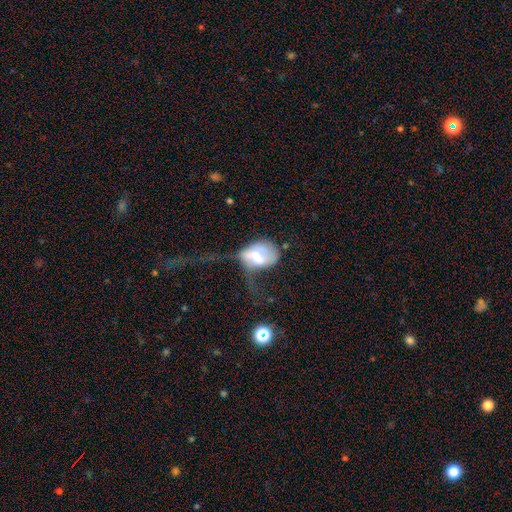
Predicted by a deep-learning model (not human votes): Smooth or featured: smooth — 55% (featured or disk — 36%)
How rounded: in between — 69% (round — 30%)
Merging: major disturbance — 57% (minor disturbance — 18%)